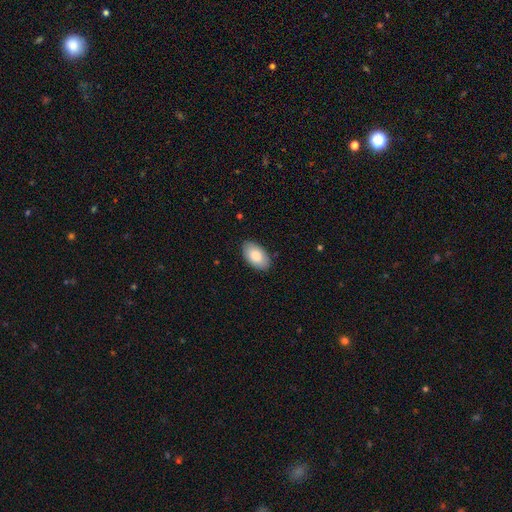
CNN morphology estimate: This appears to be a smooth galaxy with no disk features (82%) that is in between round and cigar-shaped (95%). Merging: none (87%).